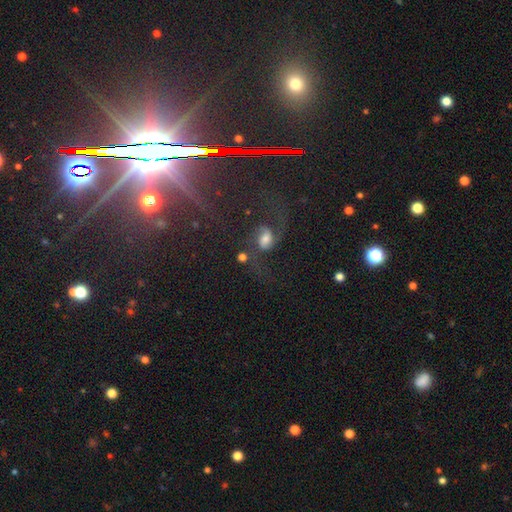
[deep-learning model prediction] Q: Smooth or featured?
A: featured or disk (43%); runner-up: star or artifact (41%)
Q: Merging?
A: none (61%); runner-up: major disturbance (18%)